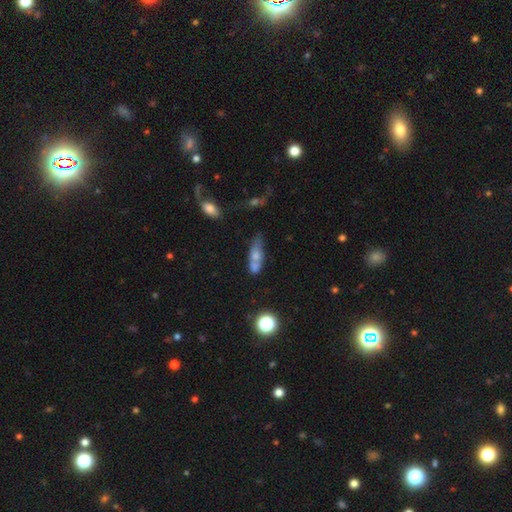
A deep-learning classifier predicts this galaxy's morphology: A smooth galaxy with no disk features (60%) that is in between round and cigar-shaped (56%). Merging: merger (37%).